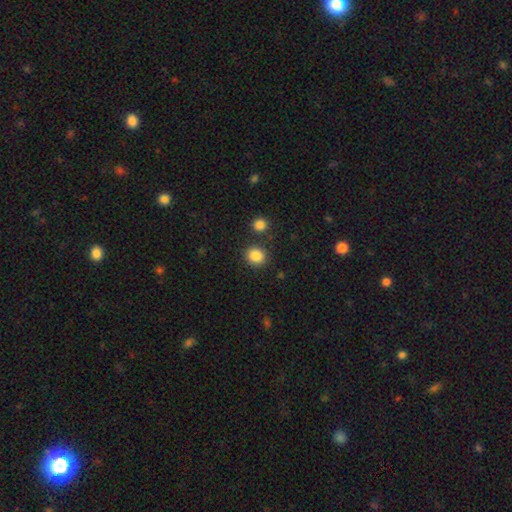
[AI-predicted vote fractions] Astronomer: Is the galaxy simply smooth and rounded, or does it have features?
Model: smooth — 86%.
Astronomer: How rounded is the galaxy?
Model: round — 77%.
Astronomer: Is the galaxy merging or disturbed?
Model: none — 84%.